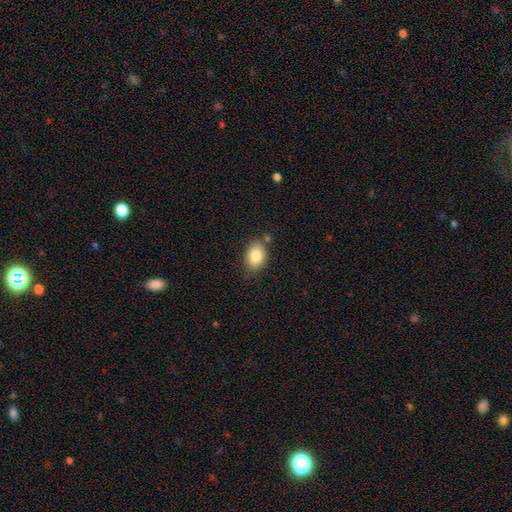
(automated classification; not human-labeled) Q: Smooth or featured?
A: smooth (84%); runner-up: star or artifact (8%)
Q: How rounded?
A: in between (80%); runner-up: round (19%)
Q: Merging?
A: none (76%); runner-up: minor disturbance (16%)